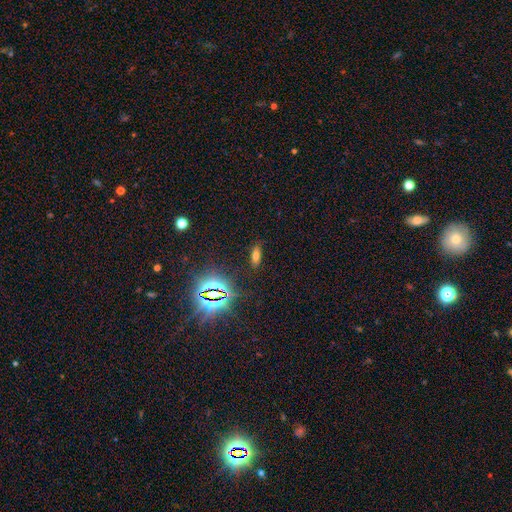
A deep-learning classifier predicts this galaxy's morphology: smooth 61%, star or artifact 28%, featured or disk 11%. Down the decision tree: how rounded — in between (74%); merging — none (84%).